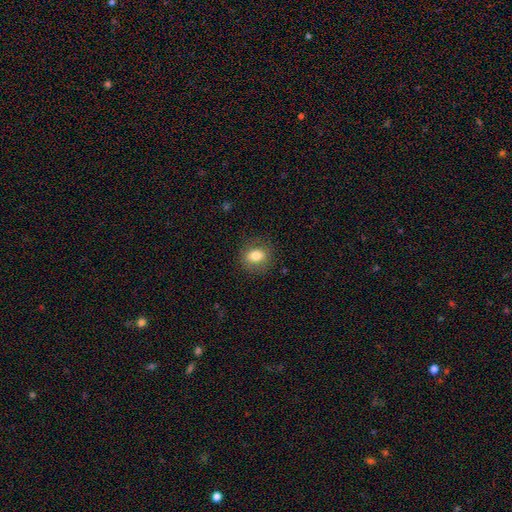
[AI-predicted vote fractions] Morphology: type=smooth (78%); roundness=round (52%); merging=none (83%).